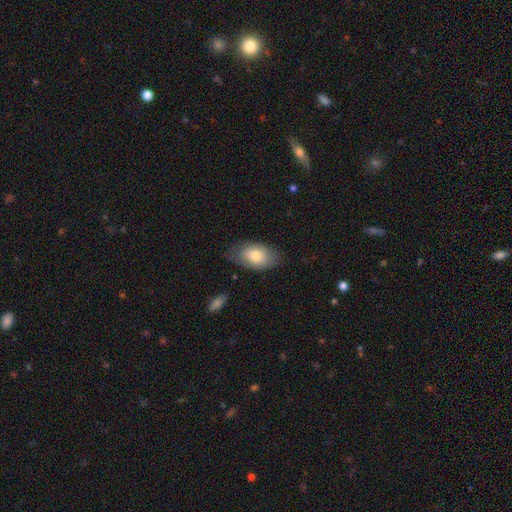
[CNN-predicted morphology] This is likely a smooth galaxy (75%). How rounded: clearly in between (91%). Merging: likely none (73%).